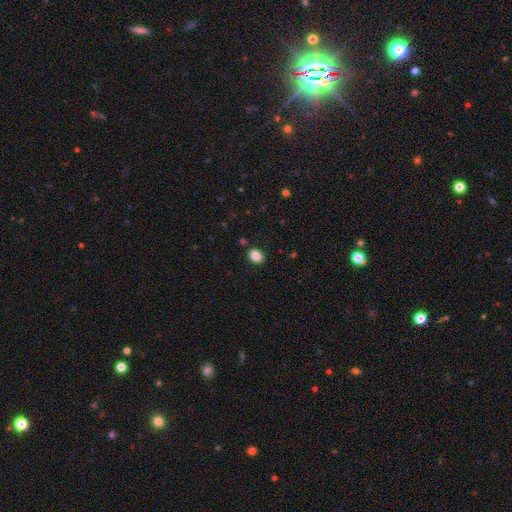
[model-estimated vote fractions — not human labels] Q: Smooth or featured?
A: smooth (87%); runner-up: star or artifact (9%)
Q: How rounded?
A: in between (65%); runner-up: round (34%)
Q: Merging?
A: none (88%); runner-up: minor disturbance (8%)